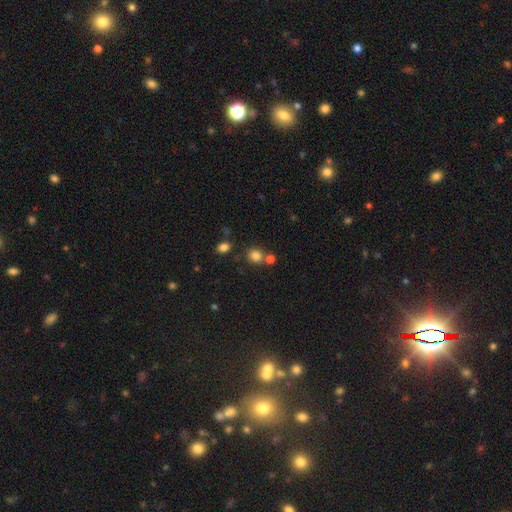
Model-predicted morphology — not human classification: The model was most divided on "merging": none: 66%, merger: 22%, minor disturbance: 9%, major disturbance: 3%. More confident: how rounded — round (81%); smooth or featured — smooth (81%).